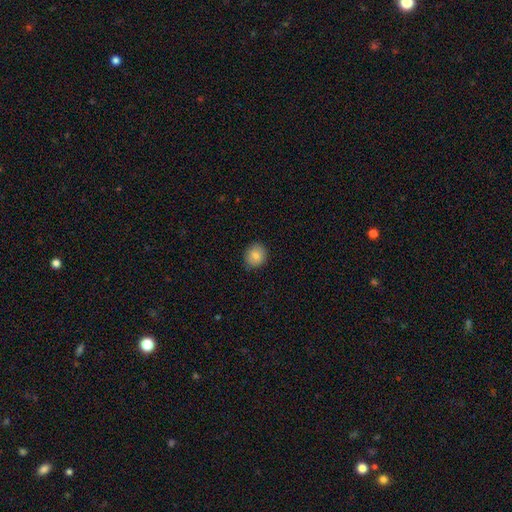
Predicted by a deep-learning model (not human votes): smooth-or-featured: smooth: 83% | star or artifact: 9% | featured or disk: 8%
  how-rounded: round: 73% | in between: 26% | cigar-shaped: 1%
  merging: none: 87% | minor disturbance: 10% | major disturbance: 2% | merger: 1%